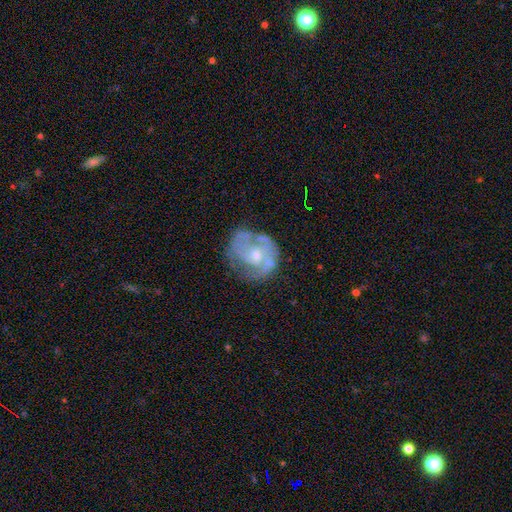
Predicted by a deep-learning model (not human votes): Morphology: type=featured or disk (79%); edge-on=no (98%); bar=no (71%); spiral arms=yes (85%); winding=tight (43%); arm count=2 (47%); bulge=small (52%); merging=none (60%).